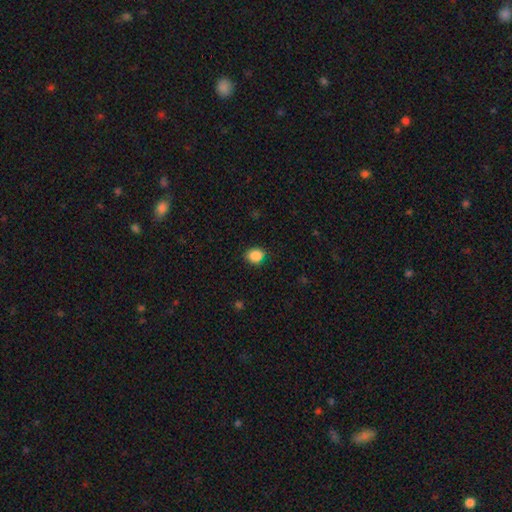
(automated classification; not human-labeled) smooth_or_featured: smooth (p=0.87) [alt: star or artifact p=0.10]
how_rounded: round (p=0.65) [alt: in between p=0.34]
merging: none (p=0.81) [alt: minor disturbance p=0.14]